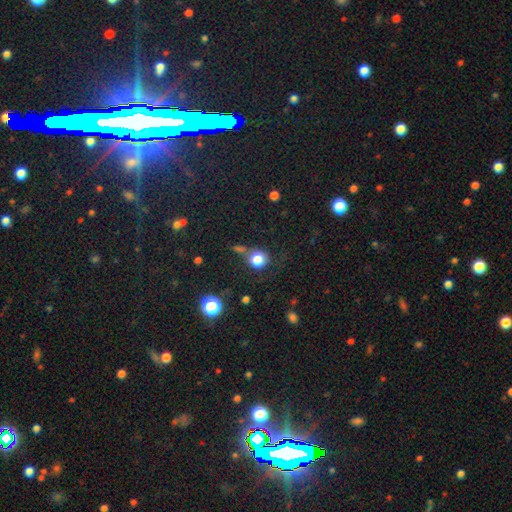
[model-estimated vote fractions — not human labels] smooth-or-featured: star or artifact: 58% | smooth: 33% | featured or disk: 9%